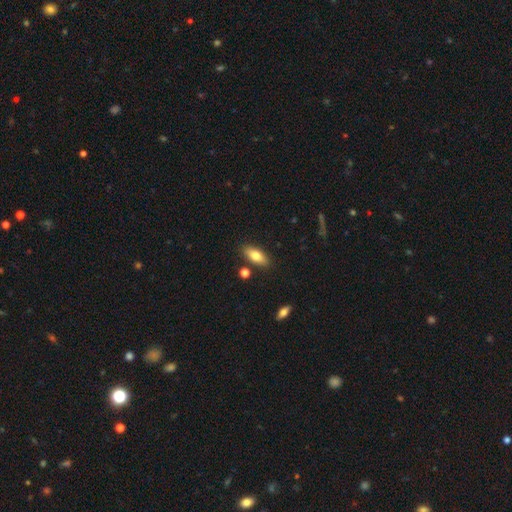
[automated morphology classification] Smooth or featured? smooth (76%)
How rounded? in between (80%)
Merging? none (84%)